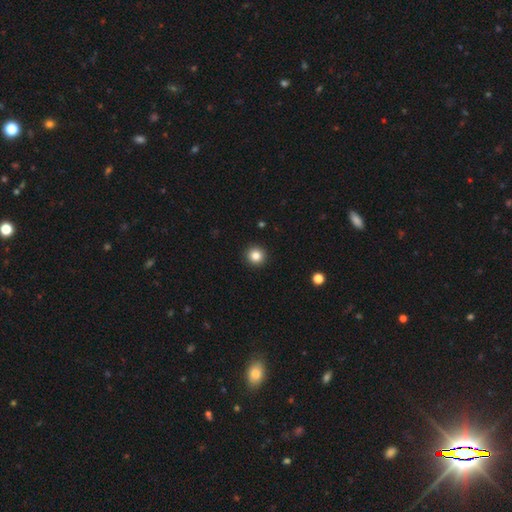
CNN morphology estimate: A smooth galaxy with no disk features (84%) that is round (95%).

Vote fractions:
- Smooth or featured? smooth: 84% / star or artifact: 11% / featured or disk: 5%
- How rounded? round: 95% / in between: 4% / cigar-shaped: 1%
- Merging? none: 93% / minor disturbance: 4% / major disturbance: 2% / merger: 1%